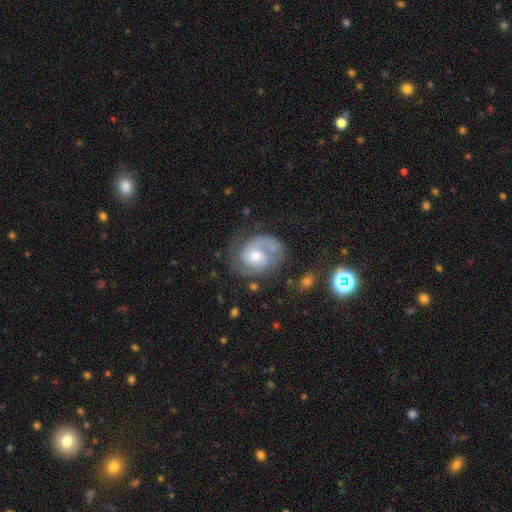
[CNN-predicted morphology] type=featured or disk (84%); edge-on=no (98%); bar=no (61%); spiral arms=yes (96%); winding=tight (47%); arm count=2 (77%); bulge=moderate (60%); merging=none (68%).